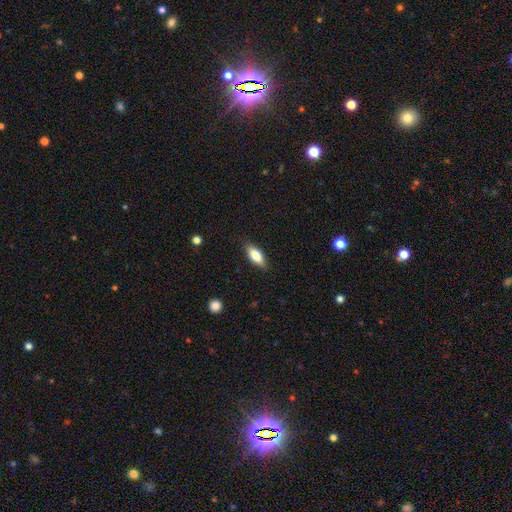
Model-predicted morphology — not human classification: smooth_or_featured: smooth (p=0.76) [alt: featured or disk p=0.18]
how_rounded: in between (p=0.73) [alt: cigar-shaped p=0.25]
merging: none (p=0.87) [alt: minor disturbance p=0.10]